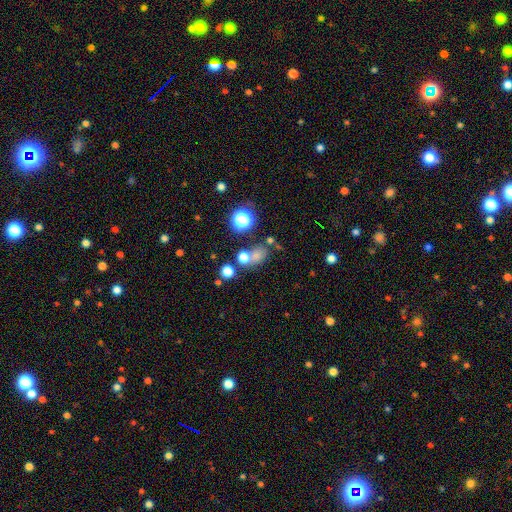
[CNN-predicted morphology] Smooth or featured: smooth — 65% (star or artifact — 25%)
How rounded: round — 50% (in between — 48%)
Merging: none — 54% (merger — 26%)